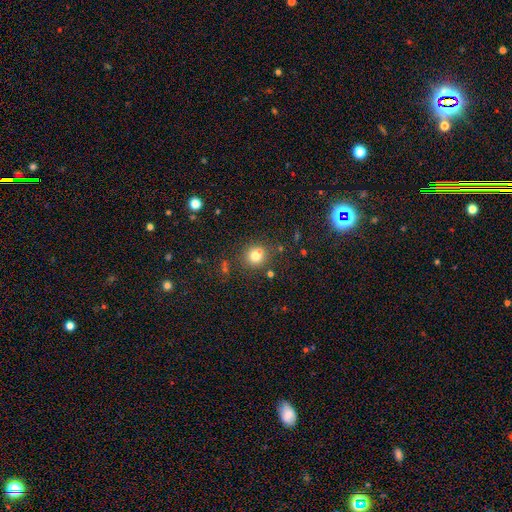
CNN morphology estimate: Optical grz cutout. It shows a smooth galaxy with no disk features (74%) that is round (88%). Merging: none (62%).